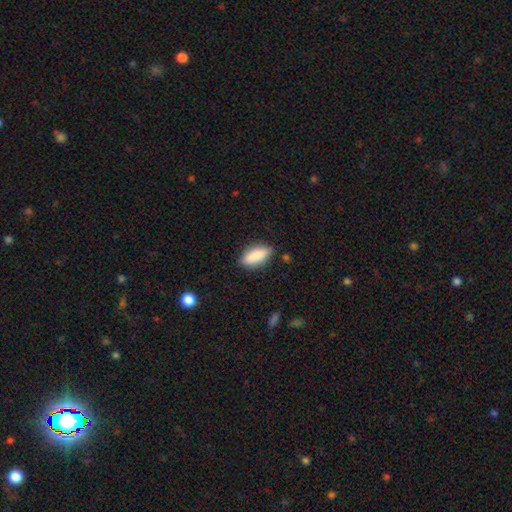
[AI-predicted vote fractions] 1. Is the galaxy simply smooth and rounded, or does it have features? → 85% smooth, 9% featured or disk, 6% star or artifact.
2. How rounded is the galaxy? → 77% in between, 21% cigar-shaped, 2% round.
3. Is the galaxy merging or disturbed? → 82% none, 13% minor disturbance, 3% major disturbance, 2% merger.